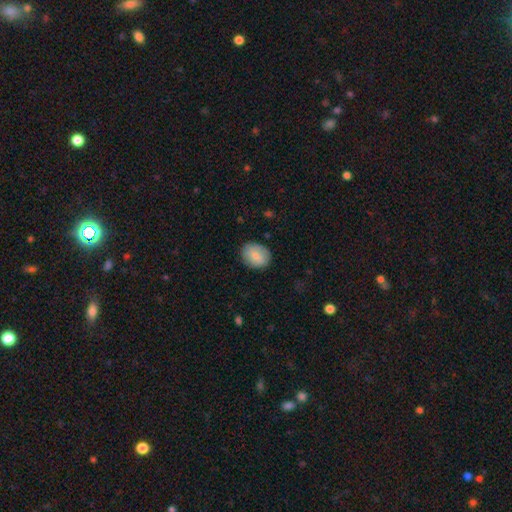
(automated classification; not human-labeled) smooth_or_featured: smooth (p=0.81) [alt: featured or disk p=0.12]
how_rounded: in between (p=0.54) [alt: round p=0.45]
merging: none (p=0.82) [alt: minor disturbance p=0.14]